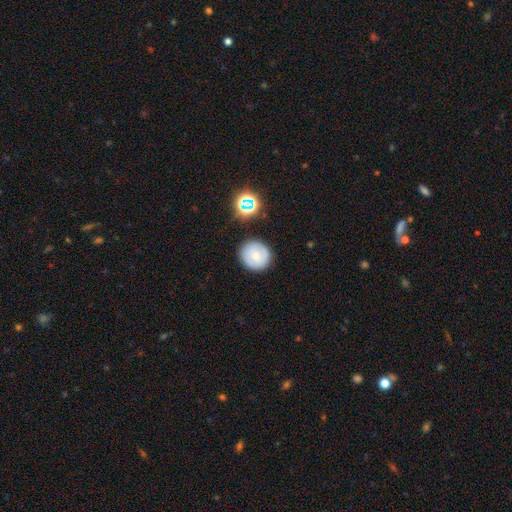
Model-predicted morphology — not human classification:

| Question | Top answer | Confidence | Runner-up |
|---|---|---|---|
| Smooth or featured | smooth | 66% | featured or disk (24%) |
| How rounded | round | 91% | in between (8%) |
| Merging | none | 85% | minor disturbance (9%) |